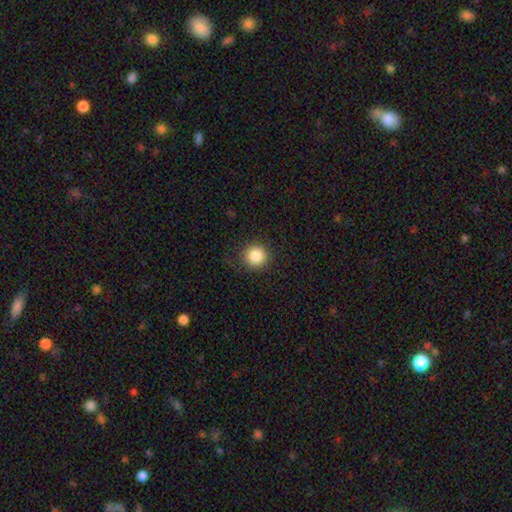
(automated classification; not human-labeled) Overall: smooth (86%). How rounded: round (93%). Merging: none (88%).